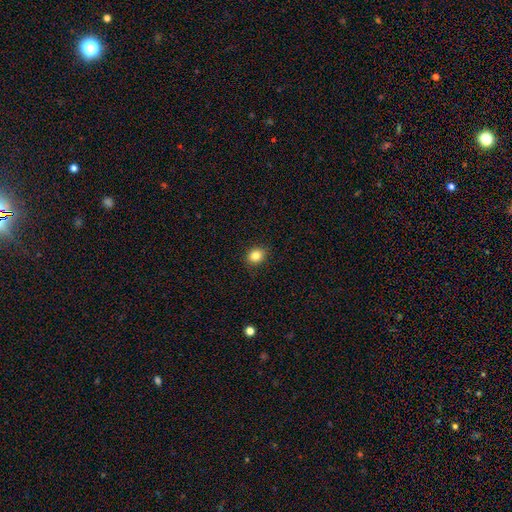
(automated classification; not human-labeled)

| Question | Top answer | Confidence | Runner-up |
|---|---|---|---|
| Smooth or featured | smooth | 84% | star or artifact (11%) |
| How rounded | round | 66% | in between (33%) |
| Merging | none | 89% | minor disturbance (9%) |